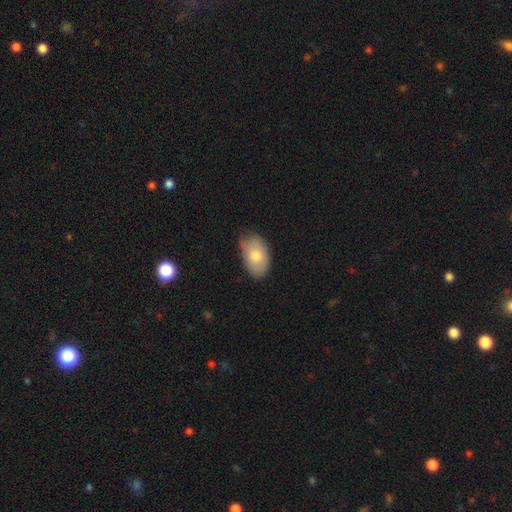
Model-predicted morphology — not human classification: Smooth or featured: smooth — 73% (featured or disk — 20%)
How rounded: in between — 91% (round — 8%)
Merging: none — 70% (minor disturbance — 25%)